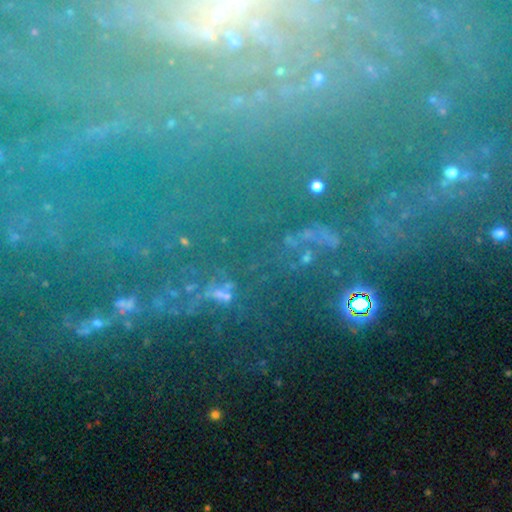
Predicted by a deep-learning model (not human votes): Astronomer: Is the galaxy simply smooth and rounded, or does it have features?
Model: star or artifact — 65%.